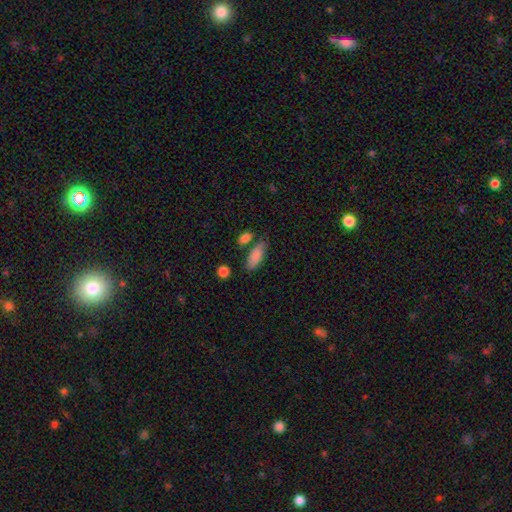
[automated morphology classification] The model was most divided on "merging": none: 69%, minor disturbance: 17%, merger: 10%, major disturbance: 4%. More confident: smooth or featured — smooth (86%); how rounded — in between (77%).